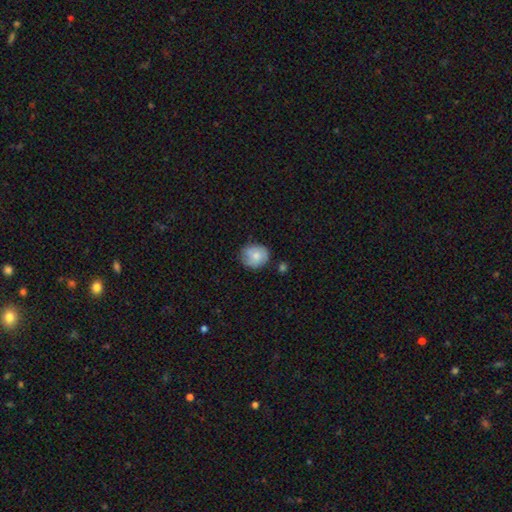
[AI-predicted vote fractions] Smooth or featured? smooth (76%)
How rounded? round (79%)
Merging? none (71%)